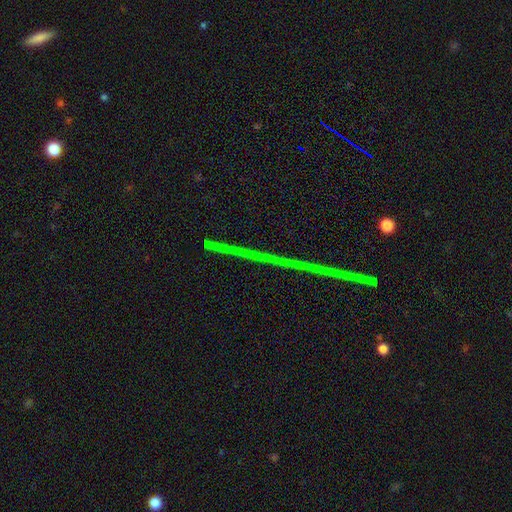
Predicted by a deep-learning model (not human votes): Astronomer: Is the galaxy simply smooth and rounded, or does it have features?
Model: star or artifact — 80%.